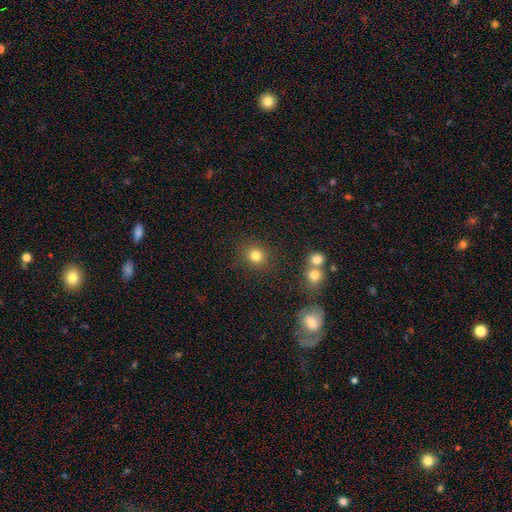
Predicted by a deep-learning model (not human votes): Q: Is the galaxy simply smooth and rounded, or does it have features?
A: smooth — 81%.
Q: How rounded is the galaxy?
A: round — 84%.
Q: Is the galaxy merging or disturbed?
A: none — 85%.